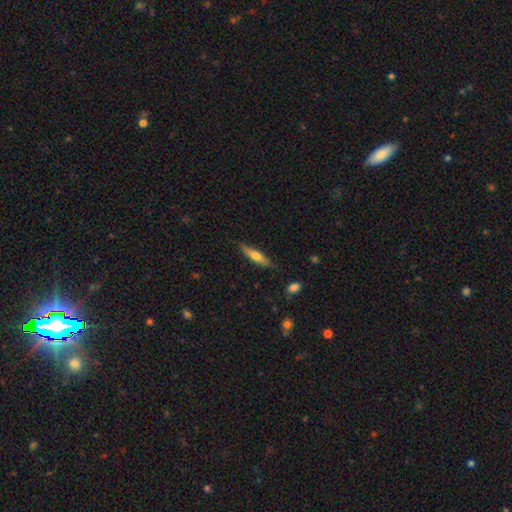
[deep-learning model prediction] smooth-or-featured: smooth: 54% | featured or disk: 40% | star or artifact: 6%
  how-rounded: cigar-shaped: 76% | in between: 22% | round: 2%
  merging: none: 78% | minor disturbance: 17% | major disturbance: 3% | merger: 1%